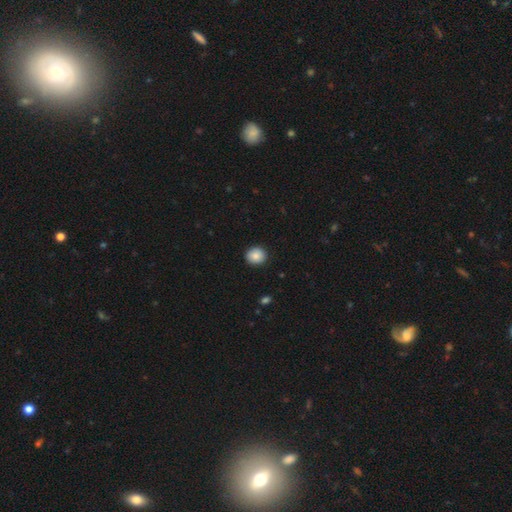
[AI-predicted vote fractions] Smooth or featured: smooth — 86% (star or artifact — 8%)
How rounded: round — 82% (in between — 17%)
Merging: none — 91% (minor disturbance — 7%)